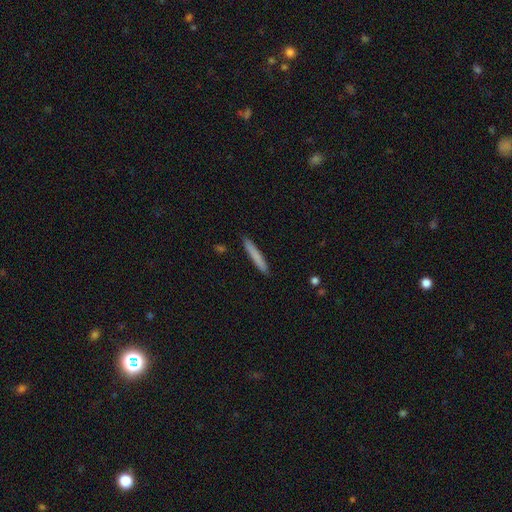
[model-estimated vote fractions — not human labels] Morphology: type=smooth (77%); roundness=cigar-shaped (96%); merging=none (91%).